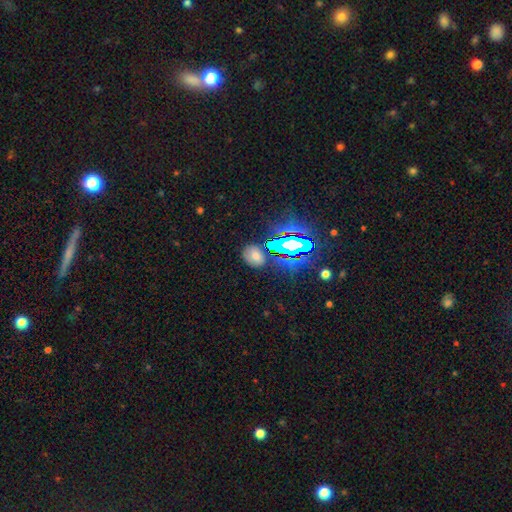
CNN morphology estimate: Smooth or featured?
  - smooth: 52% *
  - star or artifact: 35%
  - featured or disk: 13%
How rounded?
  - in between: 62% *
  - round: 36%
  - cigar-shaped: 2%
Merging?
  - none: 77% *
  - minor disturbance: 14%
  - merger: 5%
  - major disturbance: 5%